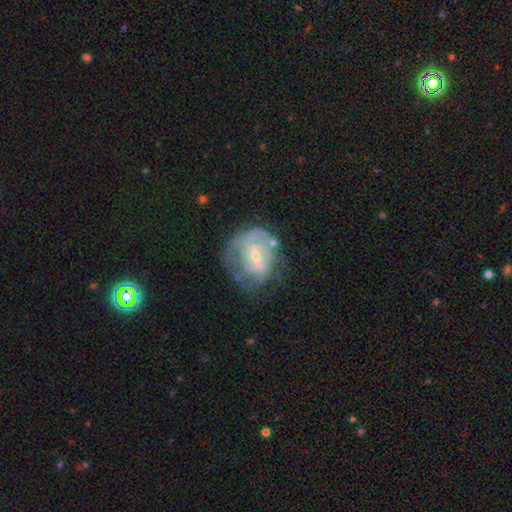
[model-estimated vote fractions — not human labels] The model was most divided on "merging": none: 47%, minor disturbance: 25%, major disturbance: 23%, merger: 4%. More confident: edge-on disk — no (97%); smooth or featured — featured or disk (72%); spiral arms — yes (70%); bulge size — small (70%); bar — no (60%).